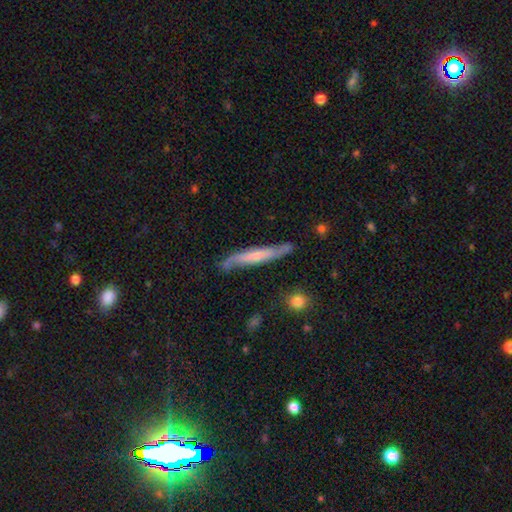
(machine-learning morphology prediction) A featured or disk galaxy (56%) viewed edge-on (69%).

Vote fractions:
- Smooth or featured? featured or disk: 56% / smooth: 39% / star or artifact: 6%
- Edge-on disk? yes: 69% / no: 31%
- Merging? none: 70% / minor disturbance: 21% / major disturbance: 5% / merger: 3%